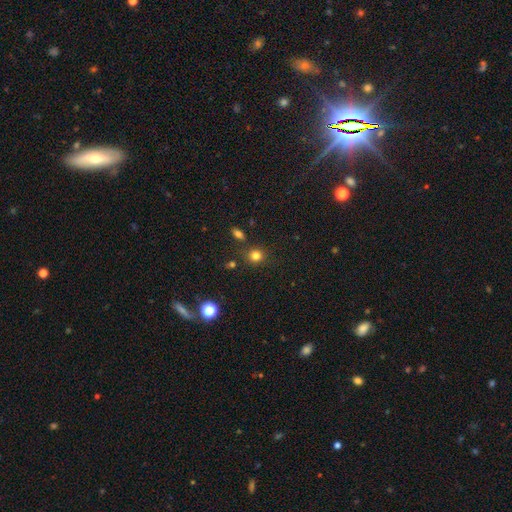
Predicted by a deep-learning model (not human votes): A smooth galaxy with no disk features (79%) that is round (84%). Merging: none (80%).